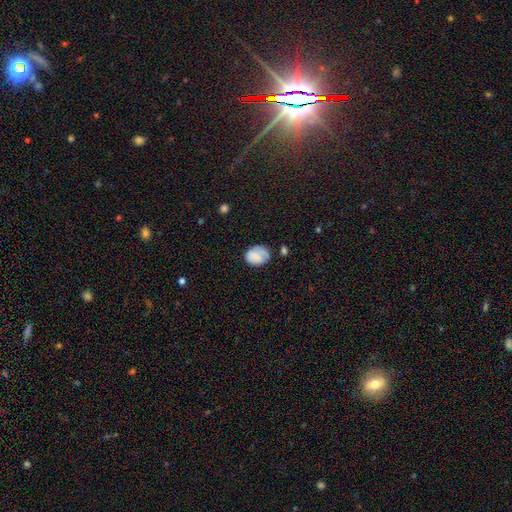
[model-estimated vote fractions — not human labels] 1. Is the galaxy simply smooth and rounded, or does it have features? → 75% smooth, 17% featured or disk, 9% star or artifact.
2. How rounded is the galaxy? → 63% in between, 36% round, 1% cigar-shaped.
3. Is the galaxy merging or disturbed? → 58% none, 28% minor disturbance, 10% major disturbance, 3% merger.